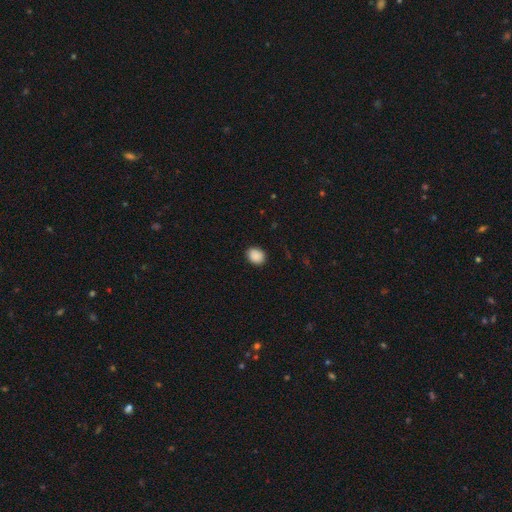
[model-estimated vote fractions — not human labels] Q: Smooth or featured?
A: smooth (89%); runner-up: star or artifact (8%)
Q: How rounded?
A: round (55%); runner-up: in between (44%)
Q: Merging?
A: none (87%); runner-up: minor disturbance (10%)